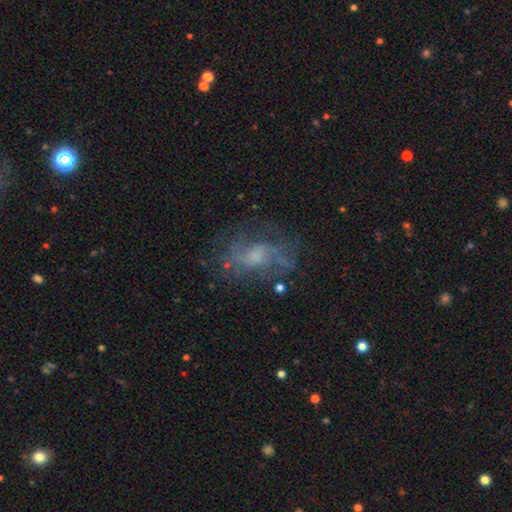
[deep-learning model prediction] Overall: featured or disk (66%). Edge-on disk: no (96%). Bar: no (59%; weak 34%). Spiral arms: yes (73%). Bulge size: small (34%; moderate 33%). Merging: none (59%; major disturbance 19%).